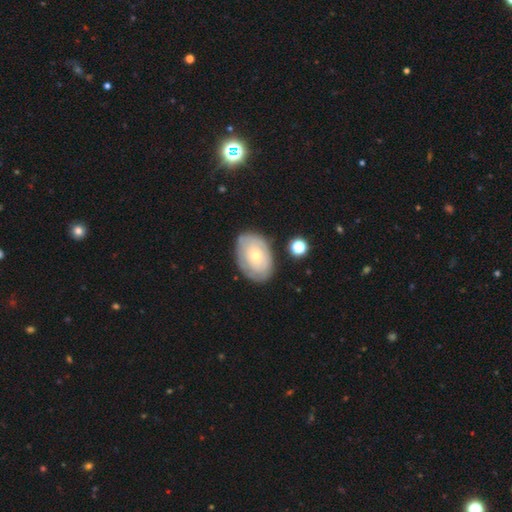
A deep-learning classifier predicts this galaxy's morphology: smooth-or-featured: featured or disk: 50% | smooth: 43% | star or artifact: 7%
  disk-edge-on: no: 94% | yes: 6%
  merging: none: 74% | minor disturbance: 18% | major disturbance: 5% | merger: 3%